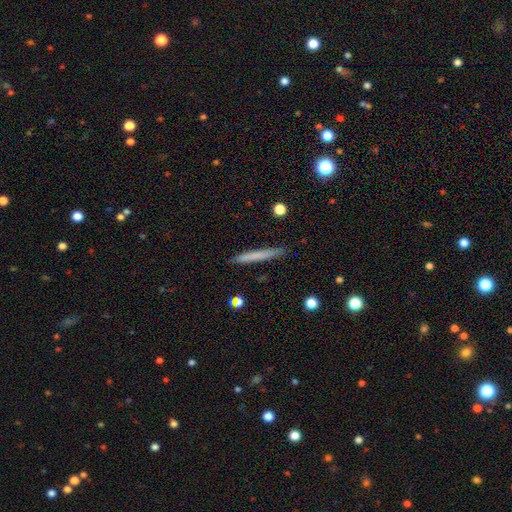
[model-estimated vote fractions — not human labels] A smooth galaxy with no disk features (69%) that is cigar-shaped (96%).

Vote fractions:
- Smooth or featured? smooth: 69% / featured or disk: 25% / star or artifact: 7%
- How rounded? cigar-shaped: 96% / in between: 2% / round: 1%
- Merging? none: 89% / minor disturbance: 8% / major disturbance: 2% / merger: 1%